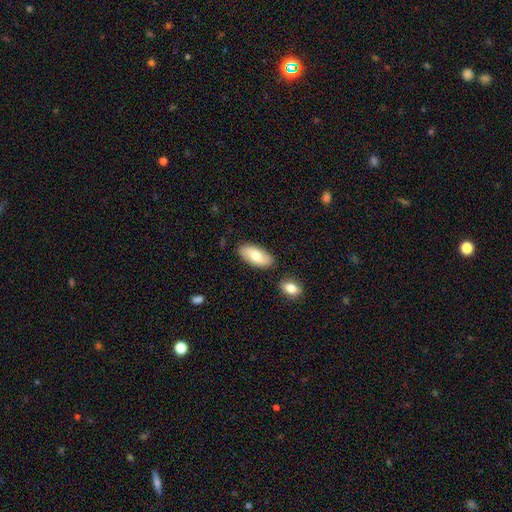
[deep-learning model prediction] Smooth or featured?
  - smooth: 73% *
  - featured or disk: 22%
  - star or artifact: 6%
How rounded?
  - in between: 92% *
  - cigar-shaped: 6%
  - round: 2%
Merging?
  - none: 83% *
  - minor disturbance: 11%
  - merger: 4%
  - major disturbance: 2%